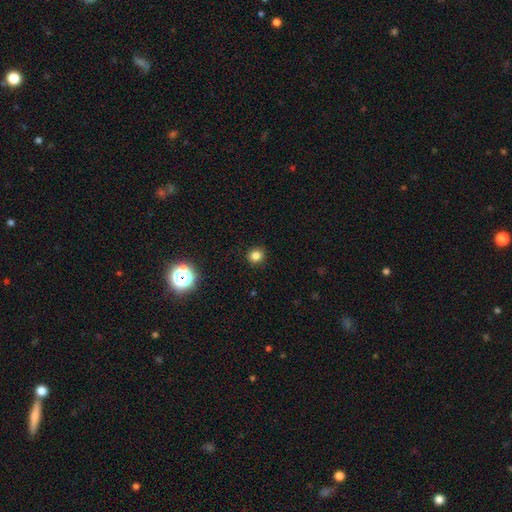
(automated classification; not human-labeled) Q: Smooth or featured?
A: smooth (80%); runner-up: star or artifact (15%)
Q: How rounded?
A: round (86%); runner-up: in between (13%)
Q: Merging?
A: none (91%); runner-up: minor disturbance (6%)